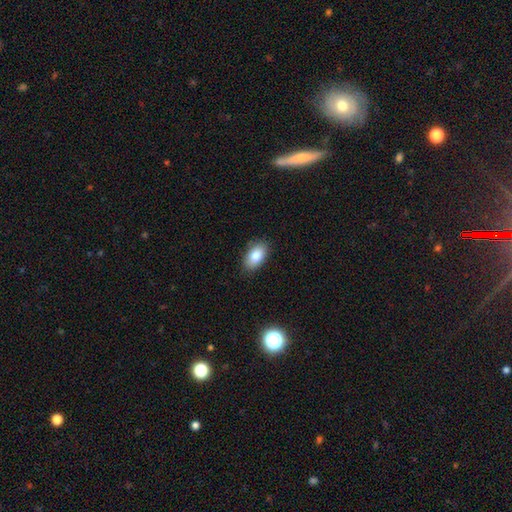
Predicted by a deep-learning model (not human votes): smooth-or-featured: smooth: 83% | featured or disk: 10% | star or artifact: 8%
  how-rounded: in between: 92% | round: 6% | cigar-shaped: 2%
  merging: none: 84% | minor disturbance: 12% | major disturbance: 2% | merger: 1%